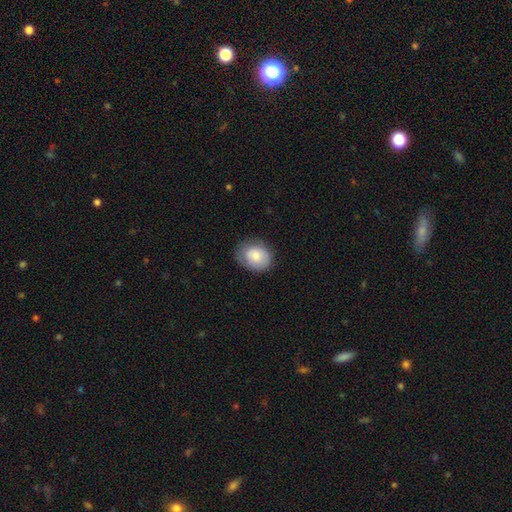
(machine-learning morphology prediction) smooth 79%, featured or disk 14%, star or artifact 7%. Down the decision tree: how rounded — in between (53%); merging — none (68%).